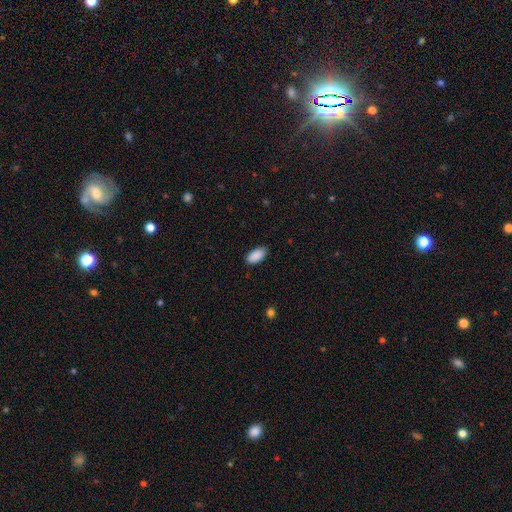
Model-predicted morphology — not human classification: smooth 91%, star or artifact 7%, featured or disk 3%. Down the decision tree: how rounded — in between (95%); merging — none (87%).